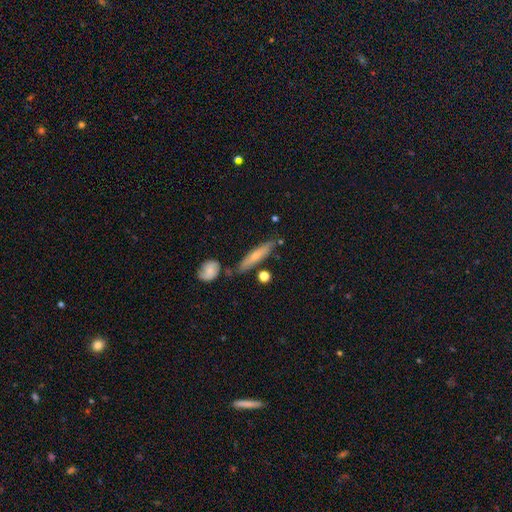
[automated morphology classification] type=smooth (54%); roundness=cigar-shaped (83%); merging=none (76%).